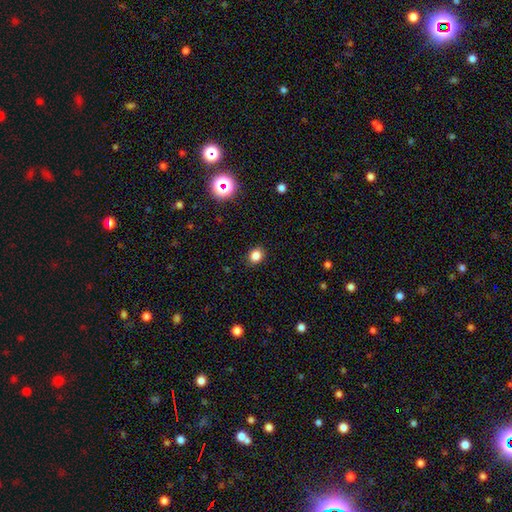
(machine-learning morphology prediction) A smooth galaxy with no disk features (82%) that is round (67%). Merging: none (90%).